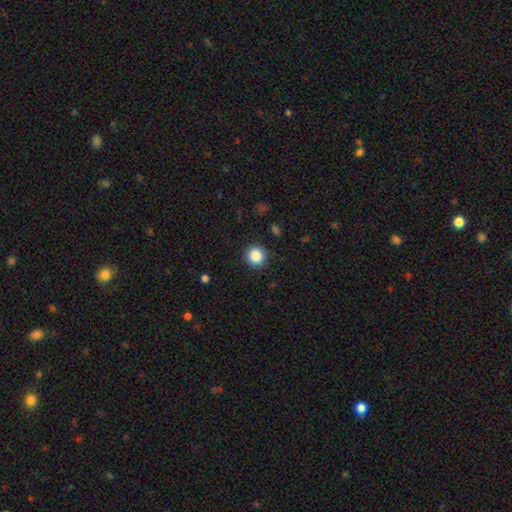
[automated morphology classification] smooth_or_featured: smooth (p=0.87) [alt: star or artifact p=0.10]
how_rounded: round (p=0.93) [alt: in between p=0.06]
merging: none (p=0.91) [alt: minor disturbance p=0.06]